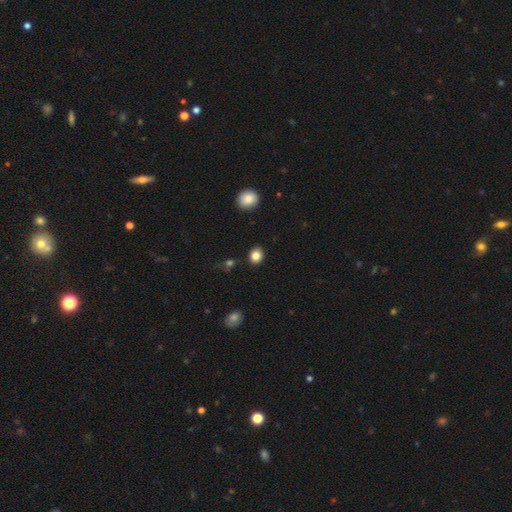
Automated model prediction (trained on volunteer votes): This is clearly a smooth galaxy (85%). How rounded: likely round (69%). Merging: clearly none (89%).